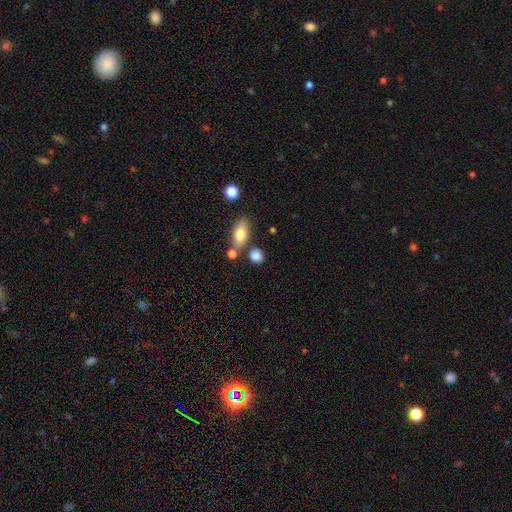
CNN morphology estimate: Smooth or featured? Predicted: smooth (p=0.83). How rounded? Predicted: round (p=0.65). Merging? Predicted: none (p=0.69).